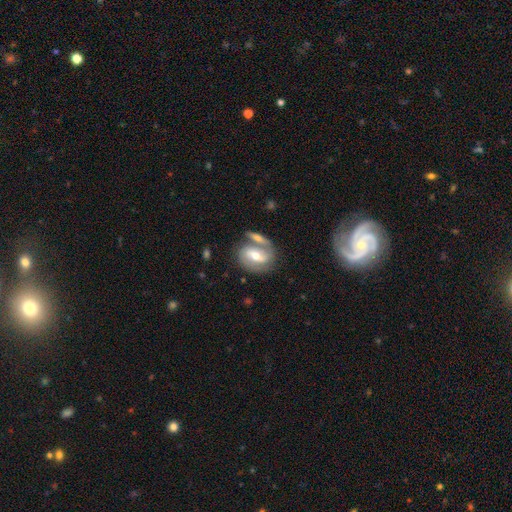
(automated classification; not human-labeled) smooth_or_featured: featured or disk (p=0.69) [alt: smooth p=0.25]
disk_edge_on: no (p=0.94) [alt: yes p=0.06]
bar: strong (p=0.38) [alt: weak p=0.37]
has_spiral_arms: yes (p=0.81) [alt: no p=0.19]
spiral_winding: medium (p=0.46) [alt: tight p=0.36]
spiral_arm_count: 2 (p=0.80) [alt: can't tell p=0.10]
bulge_size: moderate (p=0.68) [alt: small p=0.23]
merging: none (p=0.54) [alt: merger p=0.27]